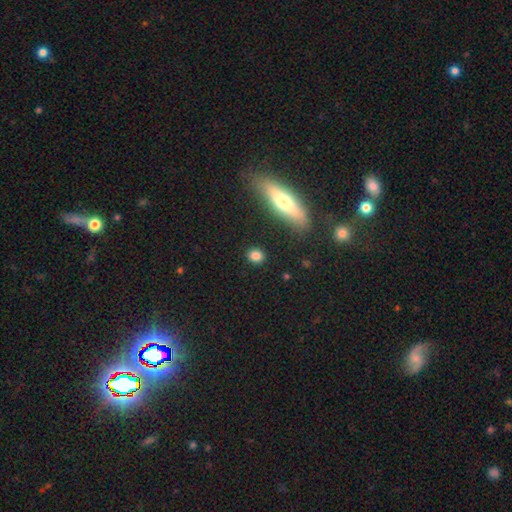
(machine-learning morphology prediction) Q: Smooth or featured?
A: smooth (83%); runner-up: star or artifact (10%)
Q: How rounded?
A: round (73%); runner-up: in between (23%)
Q: Merging?
A: none (89%); runner-up: minor disturbance (7%)